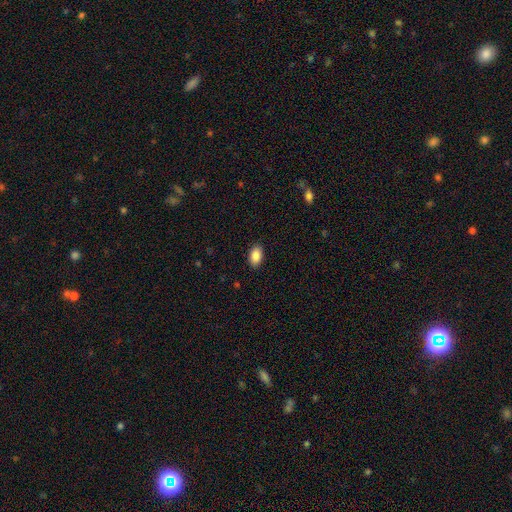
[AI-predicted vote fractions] Smooth or featured: smooth — 89% (star or artifact — 7%)
How rounded: in between — 93% (round — 5%)
Merging: none — 89% (minor disturbance — 8%)